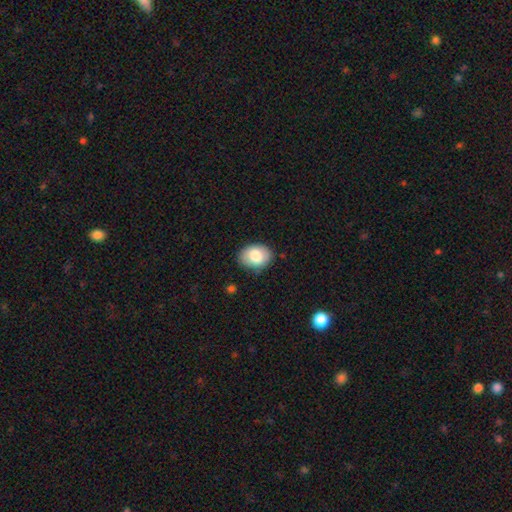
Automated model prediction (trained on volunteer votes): smooth-or-featured: smooth: 80% | featured or disk: 13% | star or artifact: 7%
  how-rounded: in between: 76% | round: 23% | cigar-shaped: 1%
  merging: none: 83% | minor disturbance: 13% | major disturbance: 3% | merger: 1%